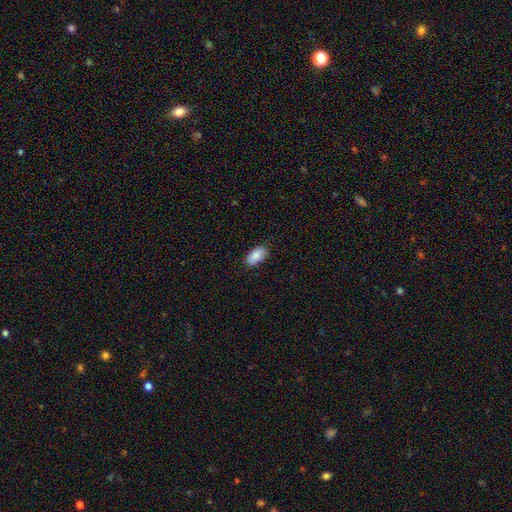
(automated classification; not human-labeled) The model was most divided on "merging": none: 84%, minor disturbance: 12%, major disturbance: 2%, merger: 1%. More confident: how rounded — in between (94%); smooth or featured — smooth (87%).